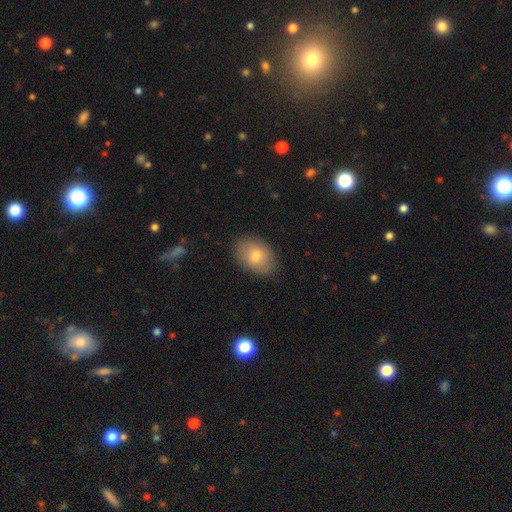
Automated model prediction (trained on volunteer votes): smooth 76%, featured or disk 16%, star or artifact 8%. Down the decision tree: how rounded — in between (84%); merging — none (84%).